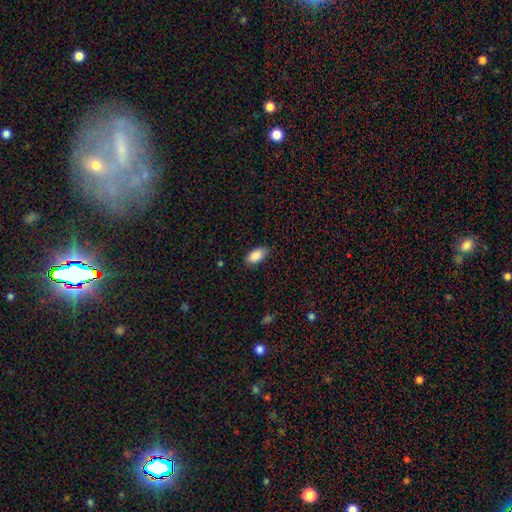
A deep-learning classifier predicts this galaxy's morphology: This appears to be a smooth galaxy with no disk features (89%) that is in between round and cigar-shaped (93%). Merging: none (84%).